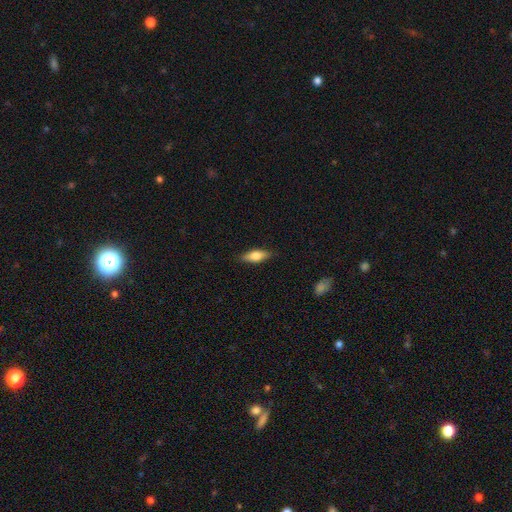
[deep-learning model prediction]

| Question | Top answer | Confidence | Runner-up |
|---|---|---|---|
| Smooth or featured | smooth | 73% | featured or disk (21%) |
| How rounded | in between | 67% | cigar-shaped (30%) |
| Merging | none | 86% | minor disturbance (11%) |